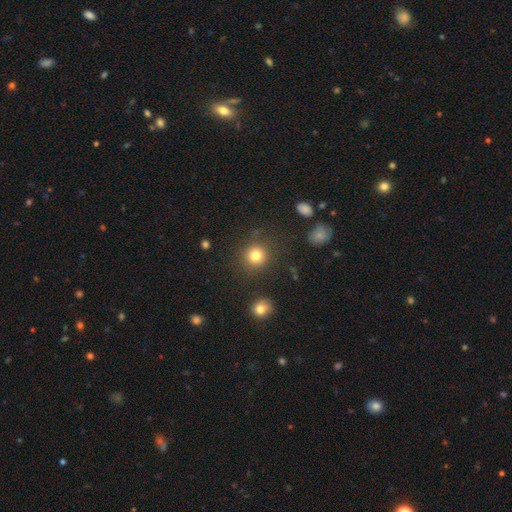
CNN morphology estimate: Smooth or featured: smooth — 82% (star or artifact — 12%)
How rounded: round — 92% (in between — 7%)
Merging: none — 87% (minor disturbance — 7%)